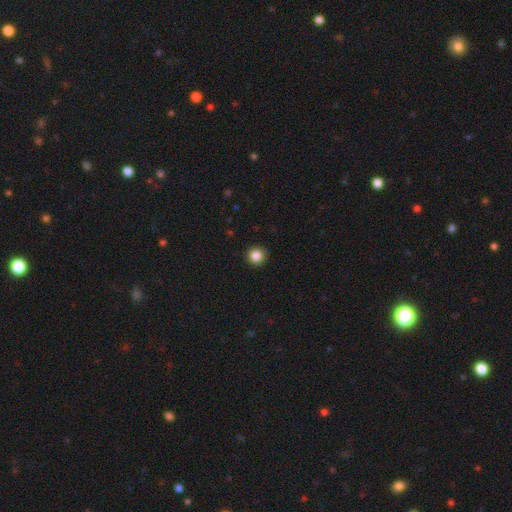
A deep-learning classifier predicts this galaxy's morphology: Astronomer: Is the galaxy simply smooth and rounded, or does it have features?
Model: smooth — 85%.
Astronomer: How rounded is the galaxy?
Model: round — 95%.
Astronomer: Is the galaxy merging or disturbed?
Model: none — 92%.